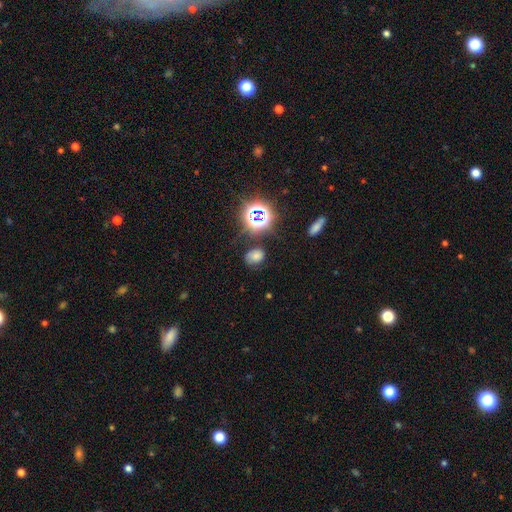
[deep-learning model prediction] The model was most divided on "how rounded": in between: 58%, round: 41%, cigar-shaped: 1%. More confident: merging — none (70%); smooth or featured — smooth (60%).